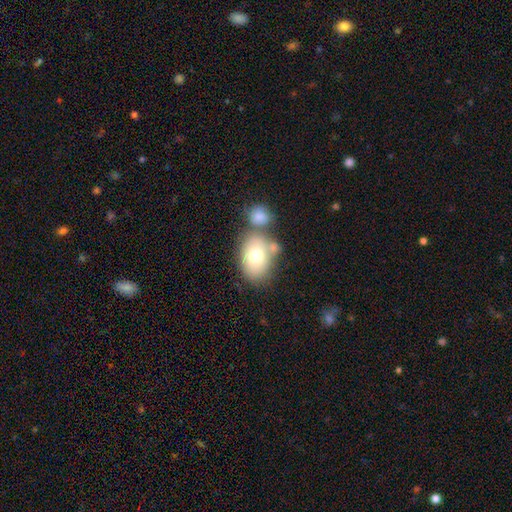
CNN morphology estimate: A smooth galaxy with no disk features (72%) that is in between round and cigar-shaped (76%).

Vote fractions:
- Smooth or featured? smooth: 72% / featured or disk: 20% / star or artifact: 8%
- How rounded? in between: 76% / round: 23% / cigar-shaped: 1%
- Merging? none: 50% / merger: 30% / minor disturbance: 15% / major disturbance: 5%